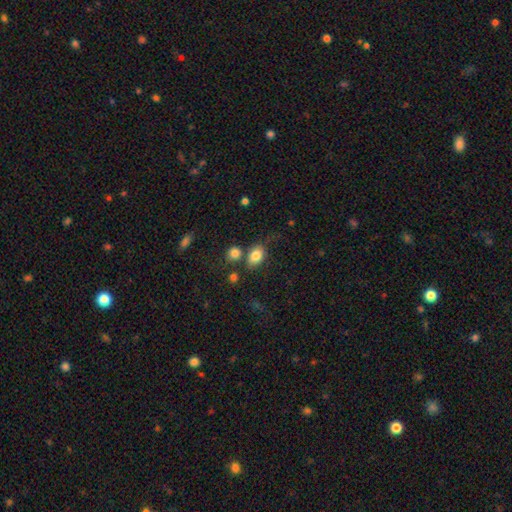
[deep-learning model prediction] Smooth or featured? smooth (82%)
How rounded? in between (73%)
Merging? none (58%)